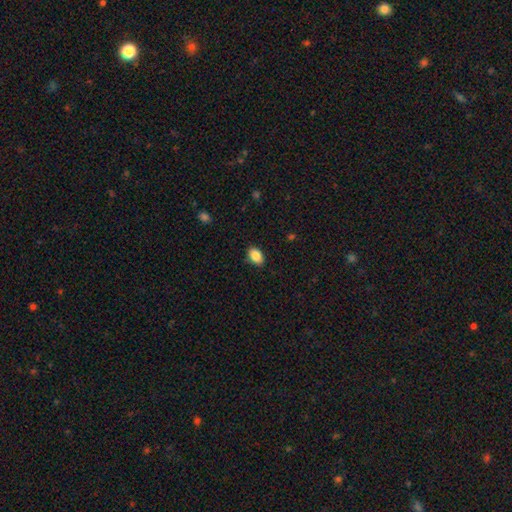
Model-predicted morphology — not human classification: This appears to be a smooth galaxy with no disk features (88%) that is in between round and cigar-shaped (86%). Merging: none (87%).